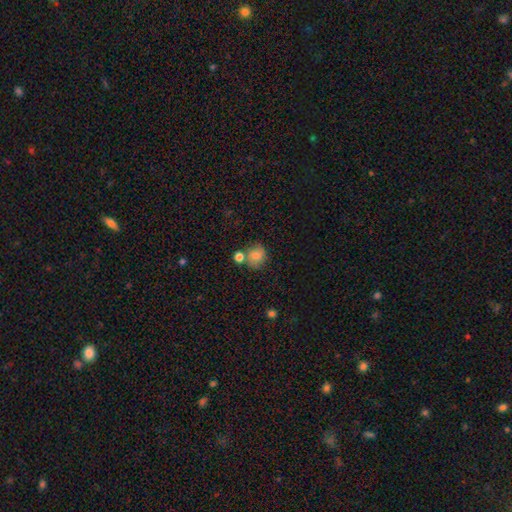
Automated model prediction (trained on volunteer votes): A smooth galaxy with no disk features (76%) that is round (79%). Merging: none (59%).